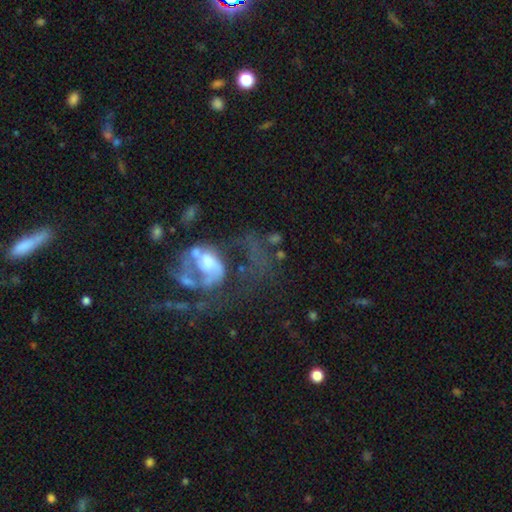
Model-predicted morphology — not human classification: A featured or disk galaxy (65%) with no bar (71%), spiral arms (54%) and a moderate central bulge (44%). Merging: major disturbance (48%).